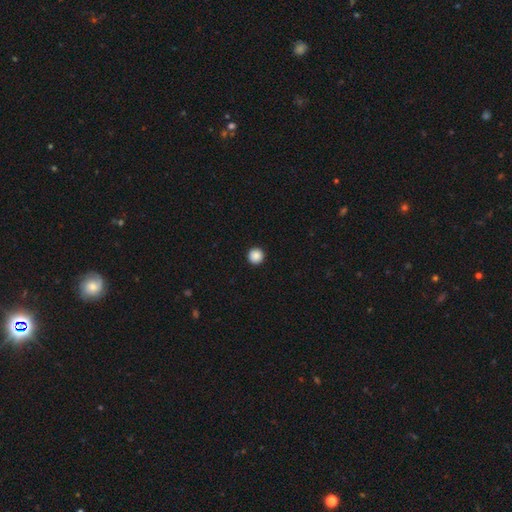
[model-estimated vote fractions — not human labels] Smooth or featured: smooth — 88% (star or artifact — 9%)
How rounded: round — 96% (in between — 3%)
Merging: none — 94% (minor disturbance — 4%)